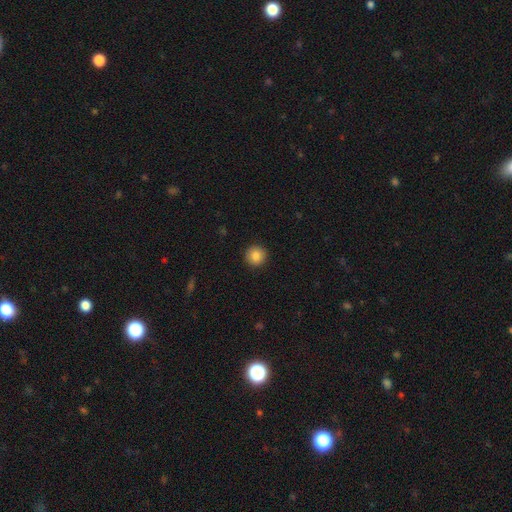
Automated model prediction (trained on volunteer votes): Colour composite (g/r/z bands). It shows a smooth galaxy with no disk features (86%) that is round (95%). Merging: none (92%).